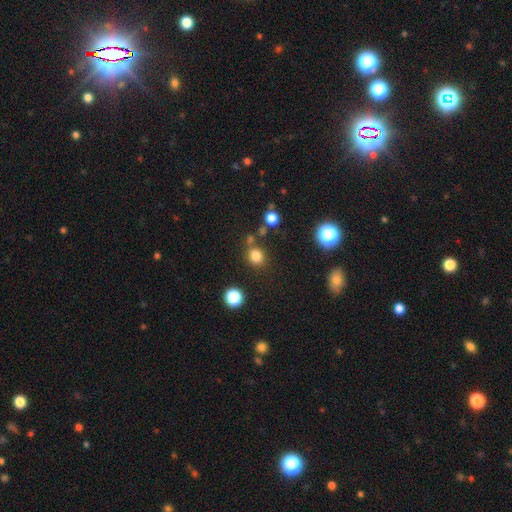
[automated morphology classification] Q: Smooth or featured?
A: smooth (78%); runner-up: star or artifact (17%)
Q: How rounded?
A: round (80%); runner-up: in between (19%)
Q: Merging?
A: none (76%); runner-up: minor disturbance (11%)